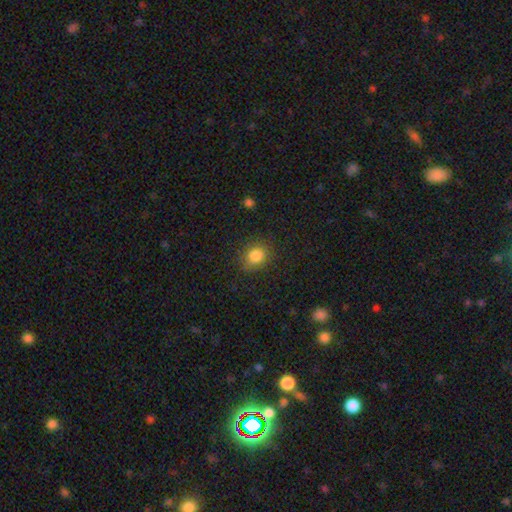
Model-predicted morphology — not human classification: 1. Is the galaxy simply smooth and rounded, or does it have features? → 84% smooth, 11% star or artifact, 5% featured or disk.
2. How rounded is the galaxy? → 67% round, 32% in between, 1% cigar-shaped.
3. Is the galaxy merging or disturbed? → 84% none, 11% minor disturbance, 4% major disturbance, 1% merger.